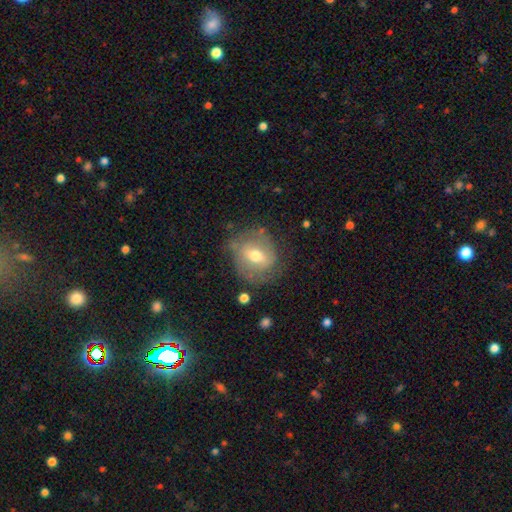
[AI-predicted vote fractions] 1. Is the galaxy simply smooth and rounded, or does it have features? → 47% featured or disk, 44% smooth, 8% star or artifact.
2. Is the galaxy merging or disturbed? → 66% none, 22% minor disturbance, 9% major disturbance, 2% merger.